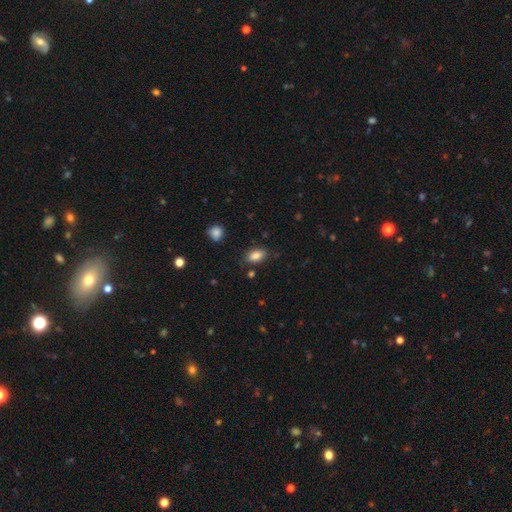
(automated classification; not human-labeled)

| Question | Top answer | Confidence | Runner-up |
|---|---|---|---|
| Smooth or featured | smooth | 84% | star or artifact (9%) |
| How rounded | in between | 89% | round (8%) |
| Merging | none | 81% | minor disturbance (13%) |